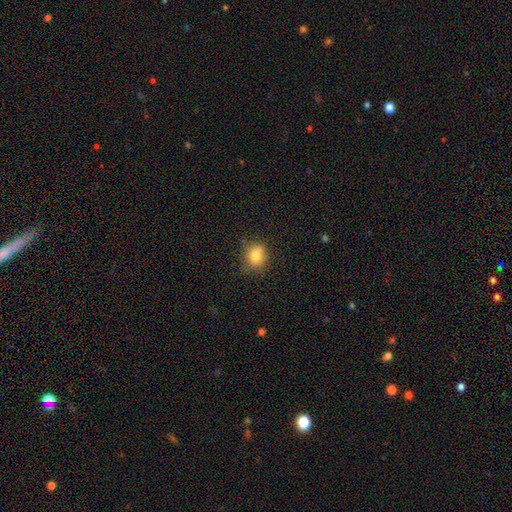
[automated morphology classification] A smooth galaxy with no disk features (79%) that is round (70%).

Vote fractions:
- Smooth or featured? smooth: 79% / star or artifact: 11% / featured or disk: 10%
- How rounded? round: 70% / in between: 29% / cigar-shaped: 1%
- Merging? none: 68% / minor disturbance: 22% / merger: 5% / major disturbance: 5%